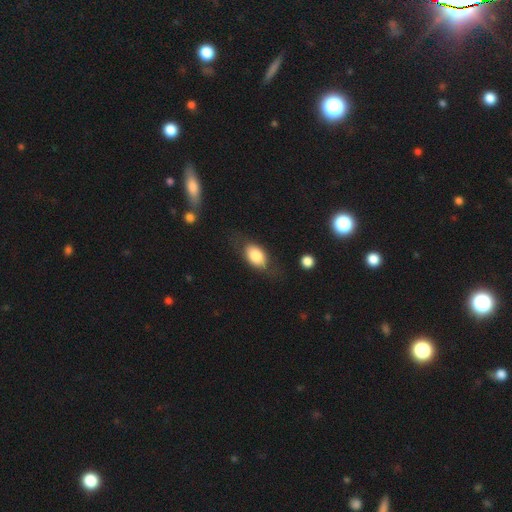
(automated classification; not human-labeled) Smooth or featured?
  - smooth: 77% *
  - featured or disk: 16%
  - star or artifact: 6%
How rounded?
  - in between: 88% *
  - round: 9%
  - cigar-shaped: 3%
Merging?
  - none: 67% *
  - minor disturbance: 20%
  - major disturbance: 10%
  - merger: 3%